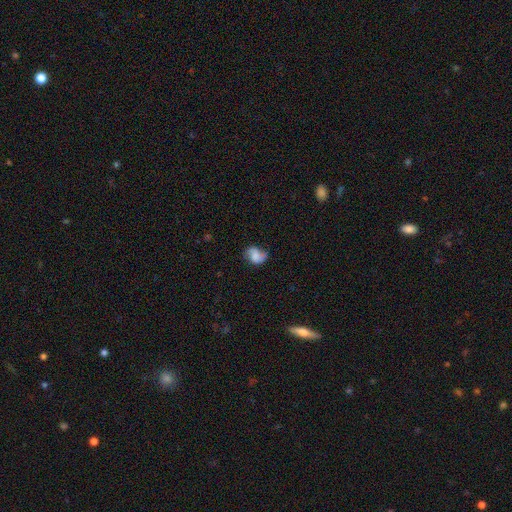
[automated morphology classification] featured or disk 49%, smooth 42%, star or artifact 9%. Down the decision tree: merging — none (62%).